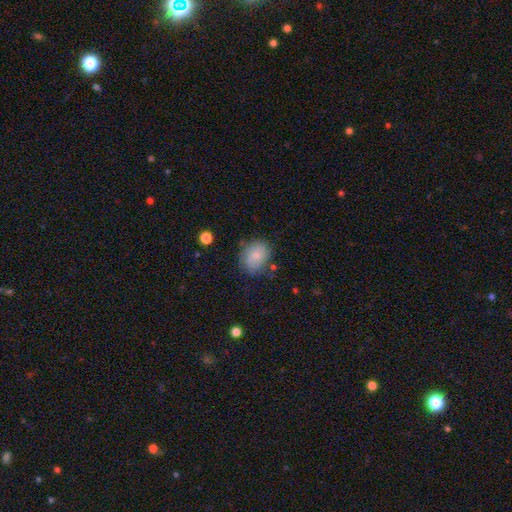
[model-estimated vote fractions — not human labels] Smooth or featured: smooth — 73% (featured or disk — 19%)
How rounded: in between — 51% (round — 48%)
Merging: none — 69% (minor disturbance — 21%)